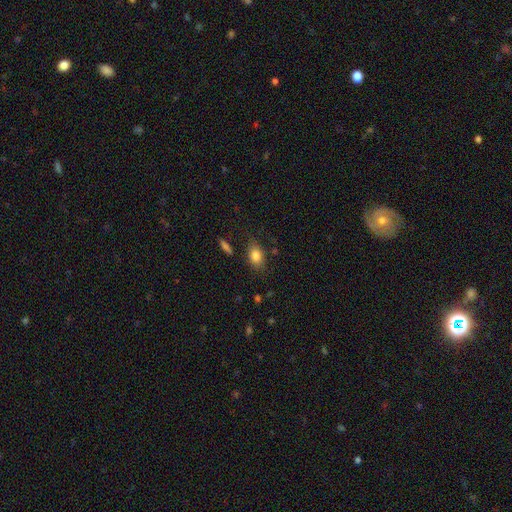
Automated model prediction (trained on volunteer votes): Morphology: type=smooth (83%); roundness=in between (78%); merging=none (77%).